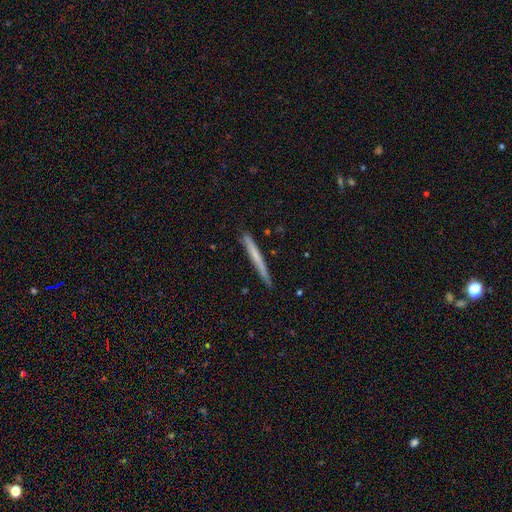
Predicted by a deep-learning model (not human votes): Smooth or featured?
  - smooth: 57% *
  - featured or disk: 37%
  - star or artifact: 6%
How rounded?
  - cigar-shaped: 97% *
  - in between: 2%
  - round: 1%
Merging?
  - none: 88% *
  - minor disturbance: 9%
  - major disturbance: 1%
  - merger: 1%